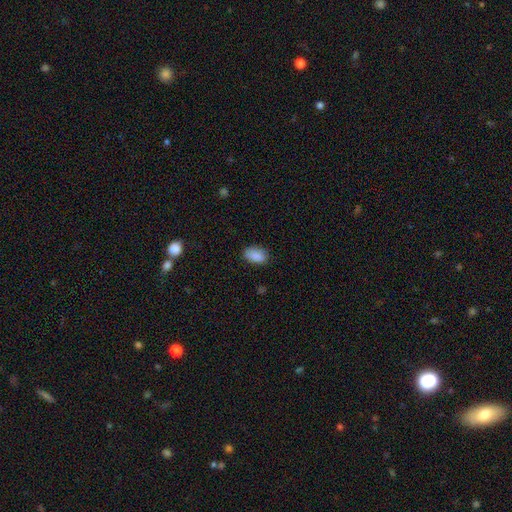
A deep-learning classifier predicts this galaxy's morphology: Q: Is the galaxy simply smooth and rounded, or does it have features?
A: smooth — 88%.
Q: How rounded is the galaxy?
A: in between — 90%.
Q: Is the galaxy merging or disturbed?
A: none — 80%.